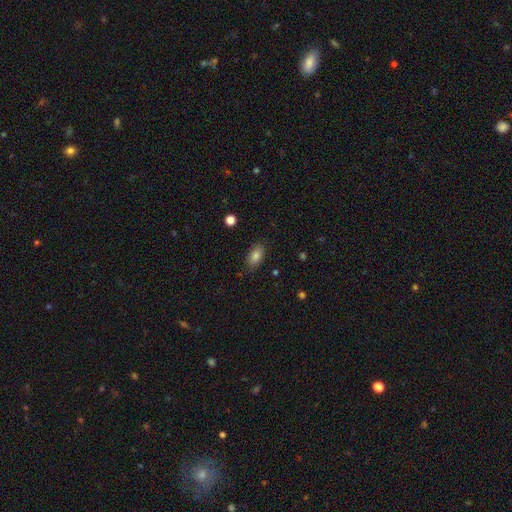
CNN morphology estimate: Smooth or featured? smooth (83%)
How rounded? in between (90%)
Merging? none (83%)